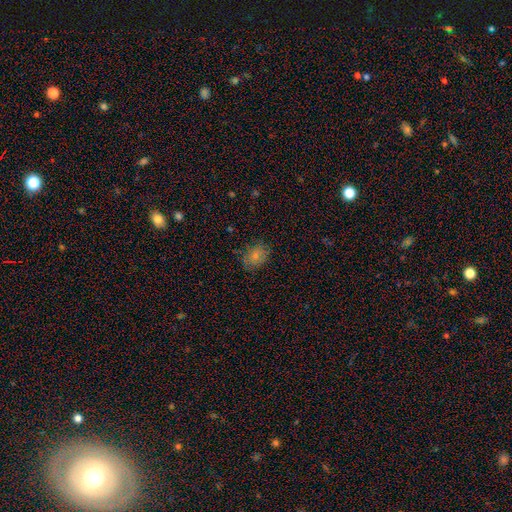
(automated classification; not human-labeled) Overall: smooth (79%). How rounded: in between (66%; round 33%). Merging: none (78%).